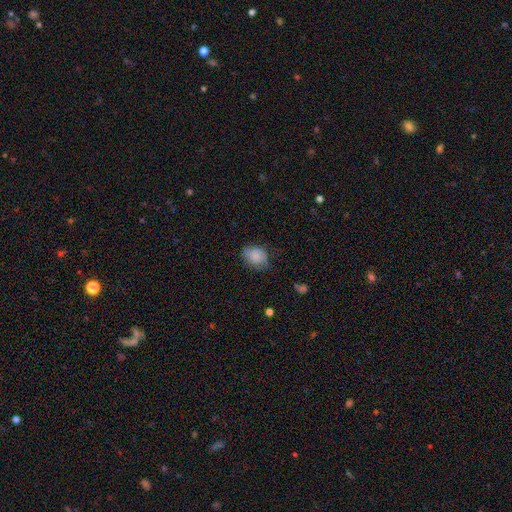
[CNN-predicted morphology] Smooth or featured? Predicted: smooth (p=0.75). How rounded? Predicted: in between (p=0.64). Merging? Predicted: none (p=0.60).